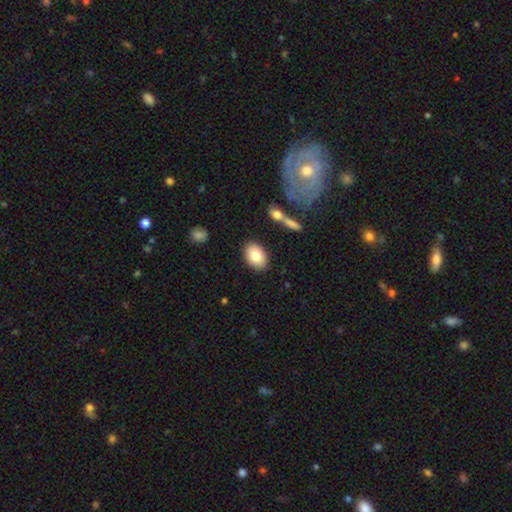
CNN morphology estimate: A smooth galaxy with no disk features (80%) that is in between round and cigar-shaped (84%). Merging: none (86%).